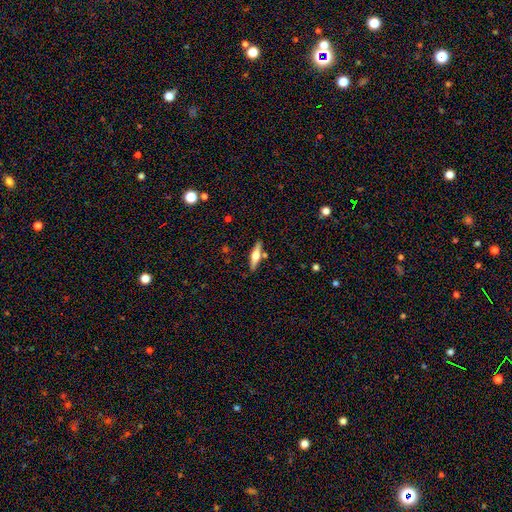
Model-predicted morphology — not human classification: This is possibly a featured or disk galaxy (54%). It is clearly viewed edge-on (95%). Edge-on bulge: clearly rounded (91%). Merging: clearly none (83%).